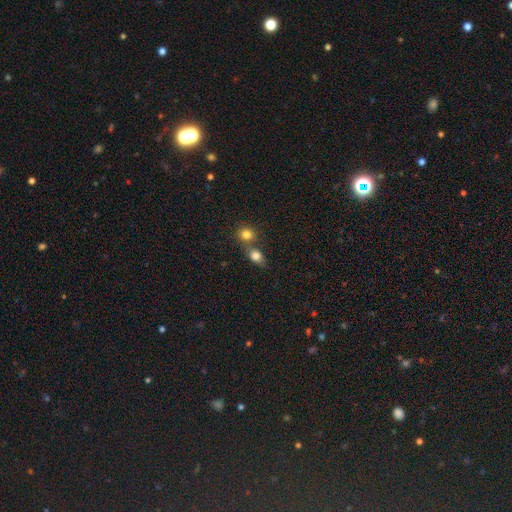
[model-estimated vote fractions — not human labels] smooth_or_featured: smooth (p=0.81) [alt: star or artifact p=0.11]
how_rounded: in between (p=0.61) [alt: round p=0.37]
merging: none (p=0.44) [alt: merger p=0.43]